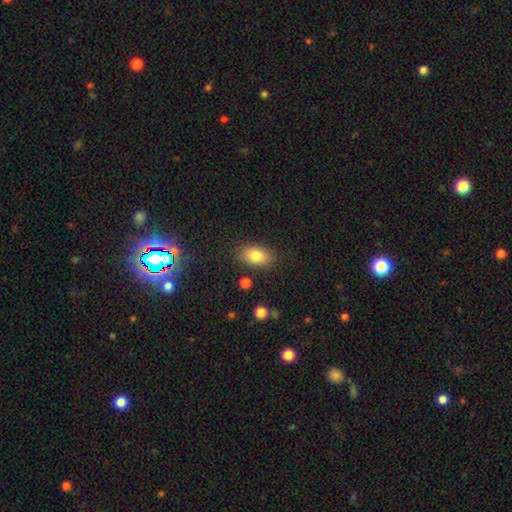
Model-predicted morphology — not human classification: type=smooth (81%); roundness=in between (88%); merging=none (84%).